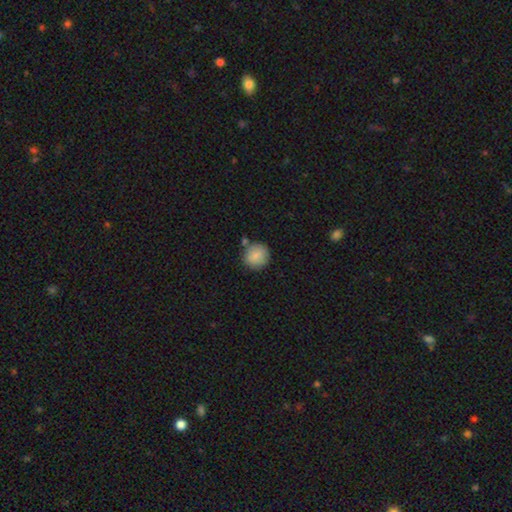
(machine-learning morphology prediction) Overall: smooth (87%). How rounded: round (90%). Merging: none (75%).